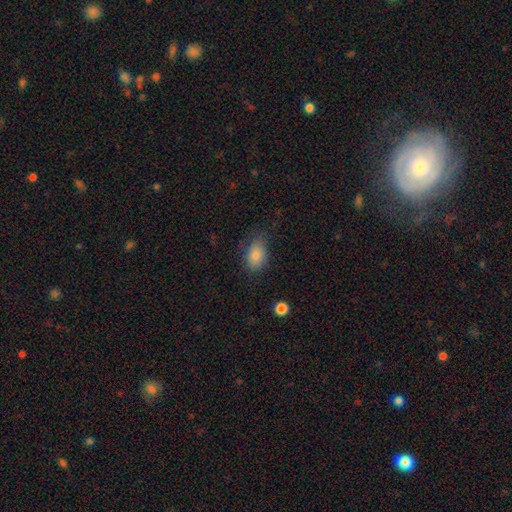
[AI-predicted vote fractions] Morphology: type=smooth (84%); roundness=in between (85%); merging=none (70%).